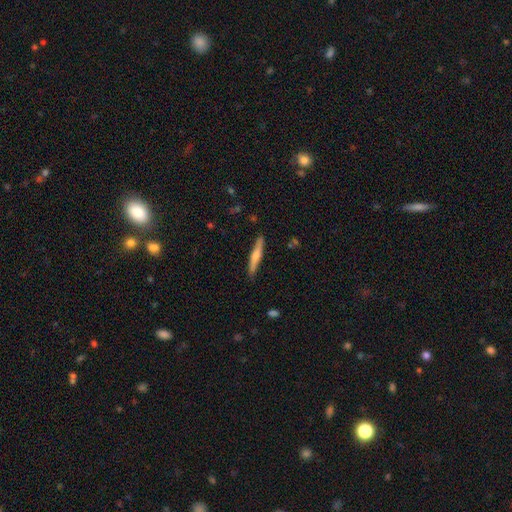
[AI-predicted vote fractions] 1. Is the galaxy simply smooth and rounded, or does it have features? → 53% smooth, 41% featured or disk, 5% star or artifact.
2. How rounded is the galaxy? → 94% cigar-shaped, 5% in between, 1% round.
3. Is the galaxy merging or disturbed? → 86% none, 10% minor disturbance, 2% major disturbance, 1% merger.